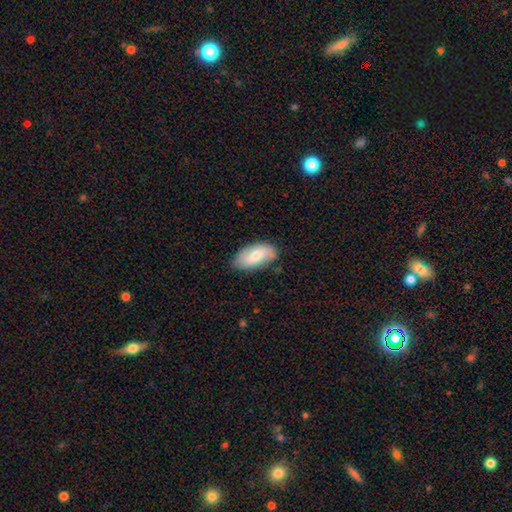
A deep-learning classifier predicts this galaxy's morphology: This appears to be a smooth galaxy with no disk features (61%) that is in between round and cigar-shaped (93%). Merging: none (79%).